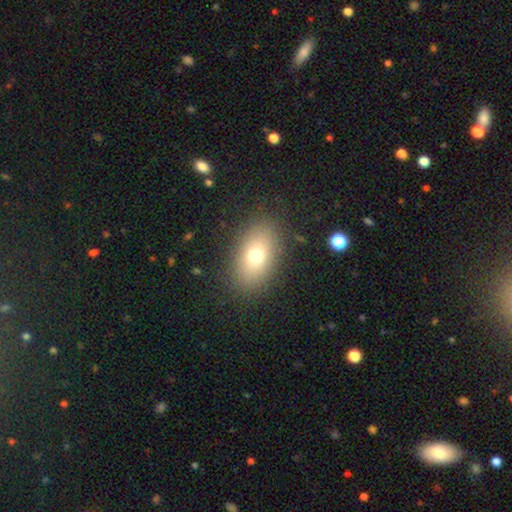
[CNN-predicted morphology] This is likely a smooth galaxy (71%). How rounded: clearly in between (82%). Merging: clearly none (85%).